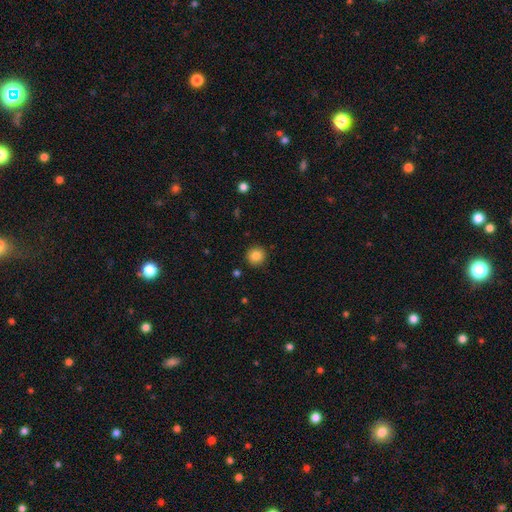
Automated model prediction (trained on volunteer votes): Smooth or featured? smooth (85%)
How rounded? round (93%)
Merging? none (91%)